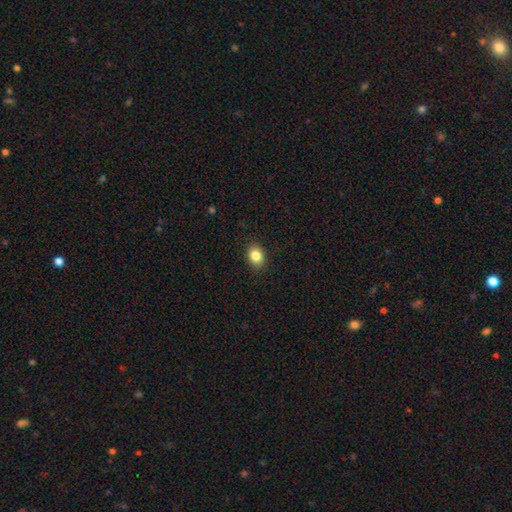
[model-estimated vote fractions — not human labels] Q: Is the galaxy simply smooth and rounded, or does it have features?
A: smooth — 84%.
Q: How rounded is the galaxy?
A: in between — 50%.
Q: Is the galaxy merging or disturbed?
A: none — 90%.